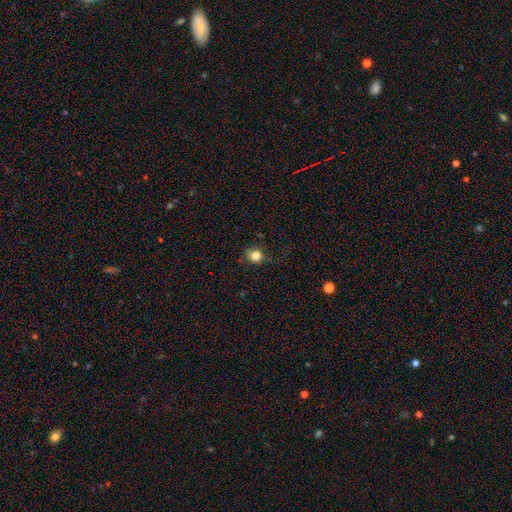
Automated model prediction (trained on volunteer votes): smooth 83%, star or artifact 12%, featured or disk 5%. Down the decision tree: how rounded — round (83%); merging — none (79%).